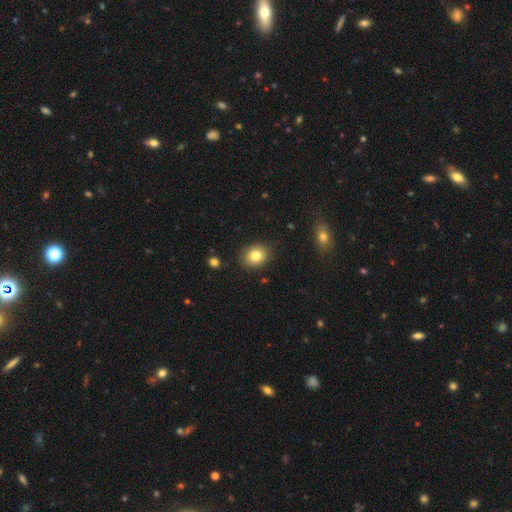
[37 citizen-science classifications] smooth_or_featured: smooth (p=0.76) [alt: featured or disk p=0.16]
how_rounded: in between (p=0.54) [alt: round p=0.46]
merging: none (p=0.79) [alt: minor disturbance p=0.15]